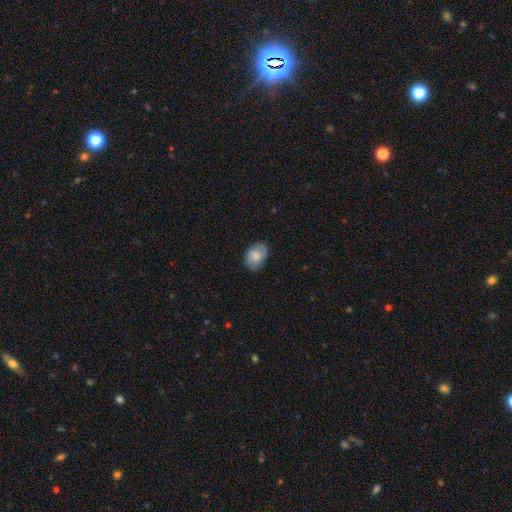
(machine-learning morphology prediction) The model was most divided on "smooth or featured": smooth: 77%, featured or disk: 16%, star or artifact: 7%. More confident: how rounded — in between (84%); merging — none (81%).